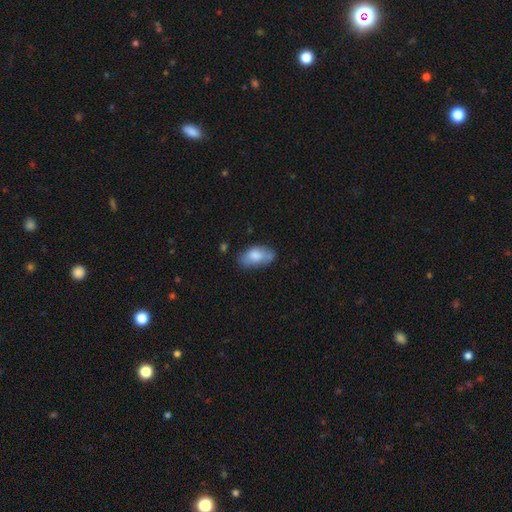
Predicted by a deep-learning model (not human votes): A smooth galaxy with no disk features (76%) that is in between round and cigar-shaped (93%).

Vote fractions:
- Smooth or featured? smooth: 76% / featured or disk: 17% / star or artifact: 7%
- How rounded? in between: 93% / round: 4% / cigar-shaped: 3%
- Merging? none: 56% / minor disturbance: 28% / merger: 8% / major disturbance: 8%